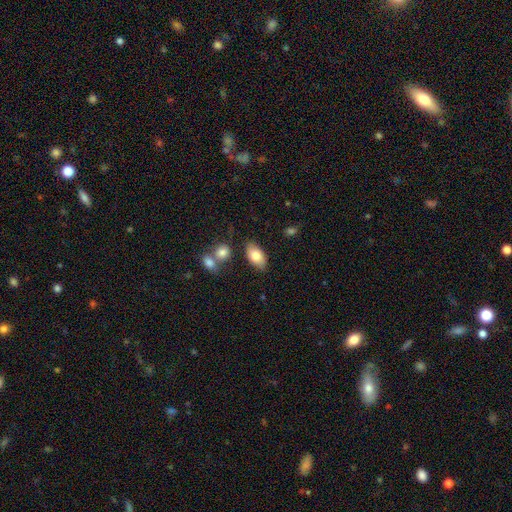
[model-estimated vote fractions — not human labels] A smooth galaxy with no disk features (78%) that is in between round and cigar-shaped (94%). Merging: none (79%).